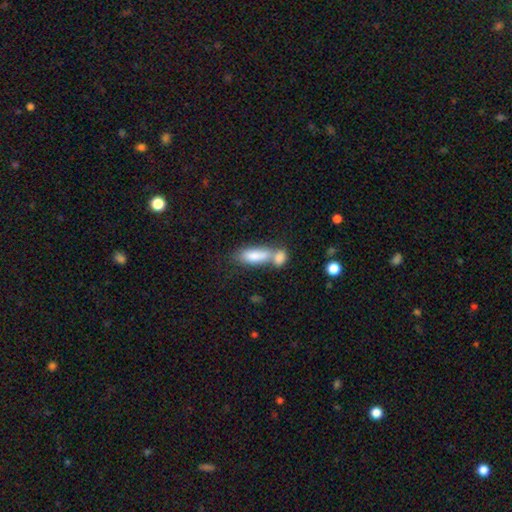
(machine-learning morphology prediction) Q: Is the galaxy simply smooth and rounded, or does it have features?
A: smooth — 79%.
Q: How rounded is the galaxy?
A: in between — 72%.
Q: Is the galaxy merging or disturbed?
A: merger — 61%.